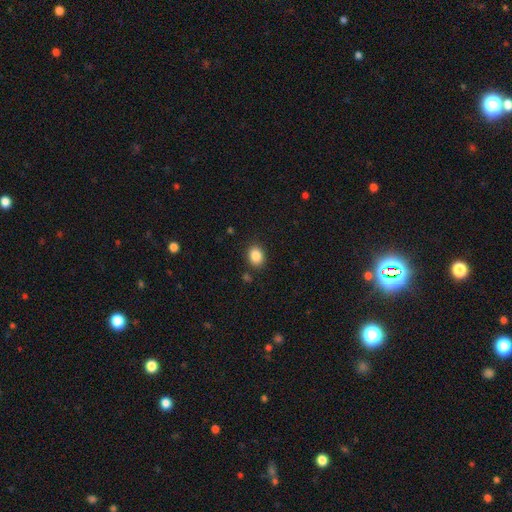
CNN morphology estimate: Q: Smooth or featured?
A: smooth (86%); runner-up: star or artifact (9%)
Q: How rounded?
A: in between (55%); runner-up: round (45%)
Q: Merging?
A: none (86%); runner-up: minor disturbance (9%)